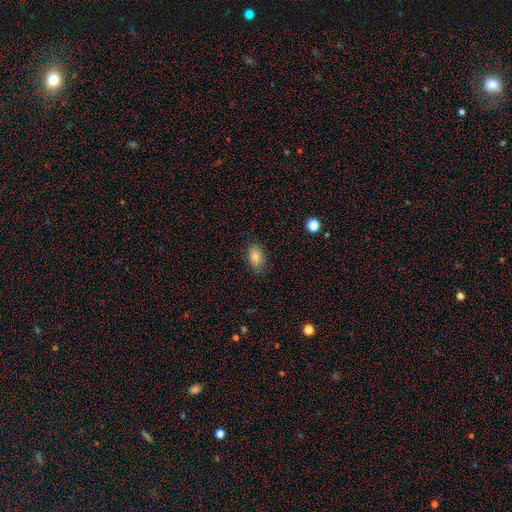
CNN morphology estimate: Smooth or featured: smooth — 84% (star or artifact — 9%)
How rounded: in between — 86% (round — 12%)
Merging: none — 83% (minor disturbance — 14%)